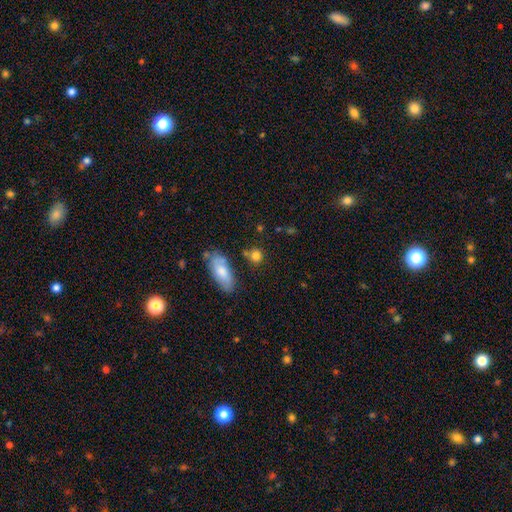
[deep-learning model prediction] Smooth or featured: smooth — 82% (star or artifact — 10%)
How rounded: round — 76% (in between — 21%)
Merging: none — 71% (minor disturbance — 13%)